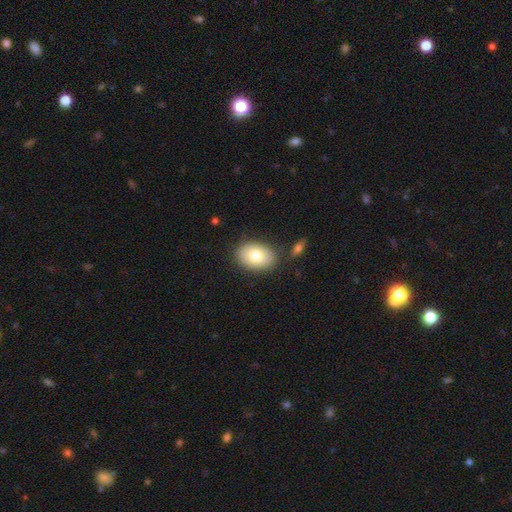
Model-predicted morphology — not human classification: smooth_or_featured: smooth (p=0.79) [alt: featured or disk p=0.14]
how_rounded: in between (p=0.82) [alt: round p=0.17]
merging: none (p=0.82) [alt: minor disturbance p=0.11]